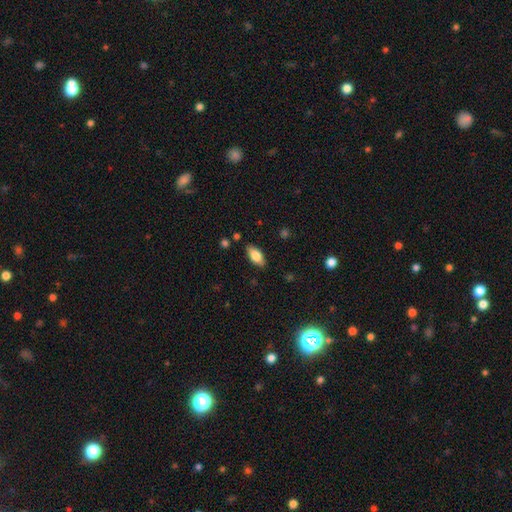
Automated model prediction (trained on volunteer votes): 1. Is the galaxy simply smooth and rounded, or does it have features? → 78% smooth, 15% featured or disk, 7% star or artifact.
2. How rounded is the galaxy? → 88% in between, 9% cigar-shaped, 3% round.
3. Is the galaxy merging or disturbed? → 85% none, 11% minor disturbance, 2% major disturbance, 2% merger.